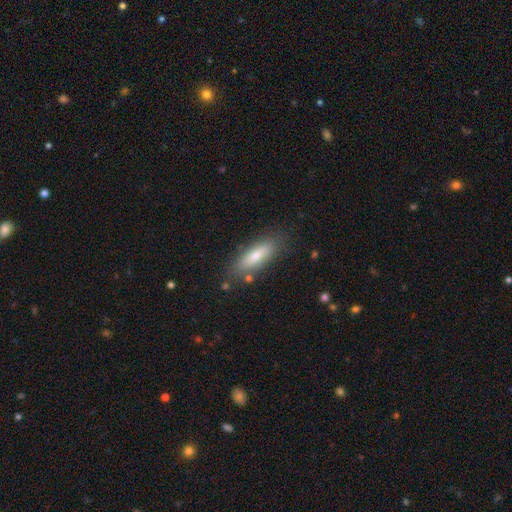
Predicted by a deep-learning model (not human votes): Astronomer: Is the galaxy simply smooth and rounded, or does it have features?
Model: smooth — 67%.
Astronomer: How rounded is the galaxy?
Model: in between — 53% (runner-up: cigar-shaped, 45%).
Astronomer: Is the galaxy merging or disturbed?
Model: none — 81%.